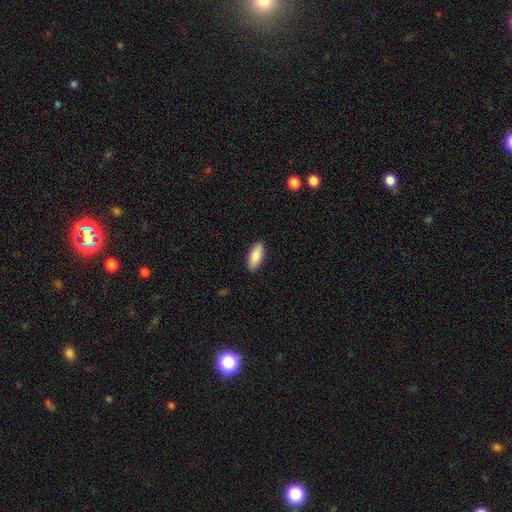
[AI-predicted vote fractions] Smooth or featured? Predicted: smooth (p=0.87). How rounded? Predicted: in between (p=0.80). Merging? Predicted: none (p=0.89).